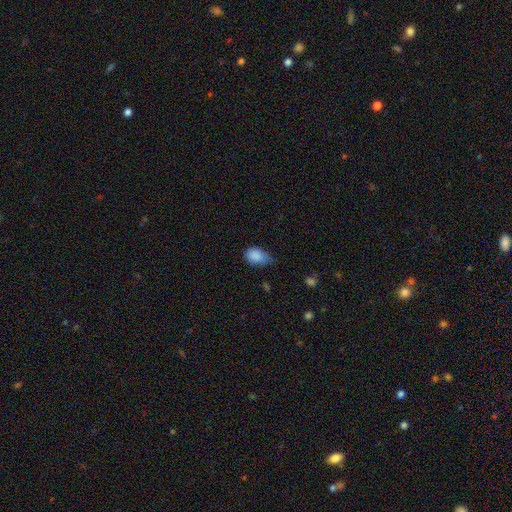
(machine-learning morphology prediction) Smooth or featured? Predicted: smooth (p=0.87). How rounded? Predicted: in between (p=0.84). Merging? Predicted: none (p=0.45).